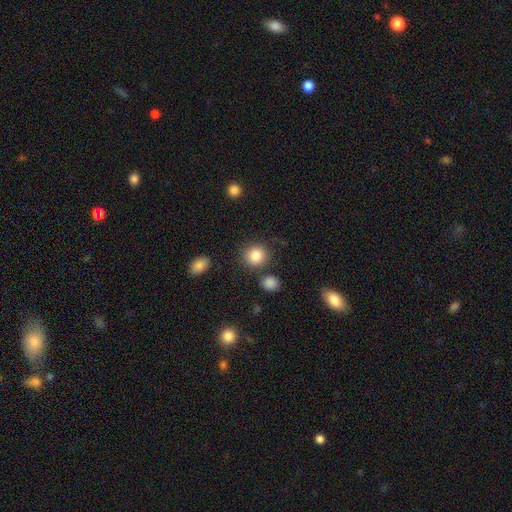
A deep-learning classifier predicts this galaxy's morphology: The model was most divided on "merging": none: 82%, minor disturbance: 9%, merger: 6%, major disturbance: 3%. More confident: how rounded — round (87%); smooth or featured — smooth (86%).